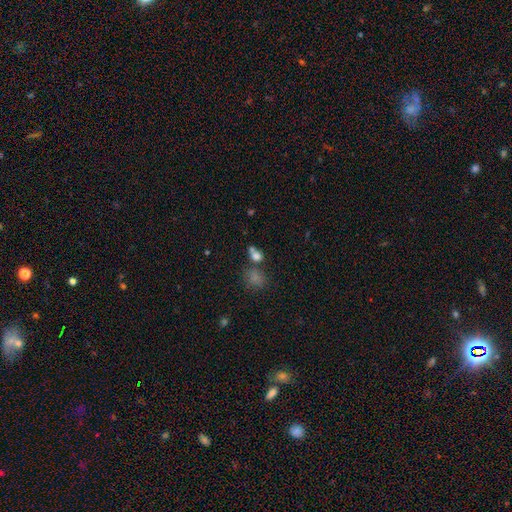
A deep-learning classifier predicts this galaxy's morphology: Overall: smooth (74%). How rounded: round (50%; in between 48%). Merging: none (44%; merger 37%).